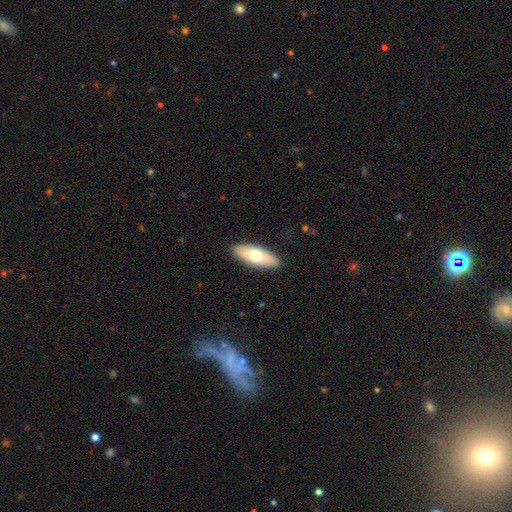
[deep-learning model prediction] The model was most divided on "smooth or featured": smooth: 66%, featured or disk: 28%, star or artifact: 6%. More confident: merging — none (88%); how rounded — in between (76%).